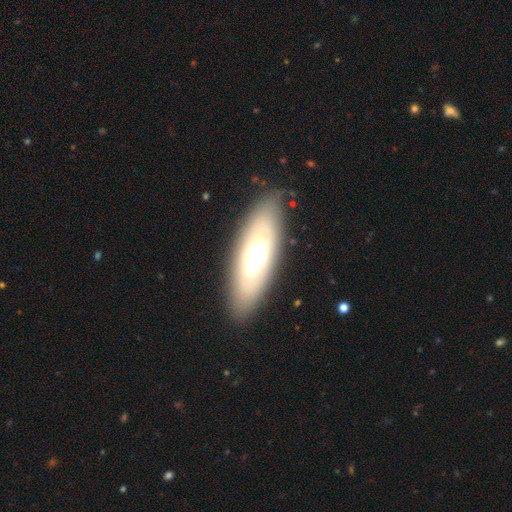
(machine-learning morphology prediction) type=featured or disk (47%); merging=none (82%).